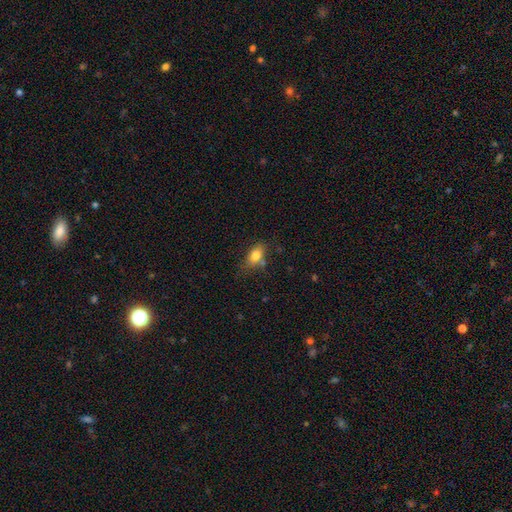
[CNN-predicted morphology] A smooth galaxy with no disk features (80%) that is in between round and cigar-shaped (83%). Merging: none (63%).